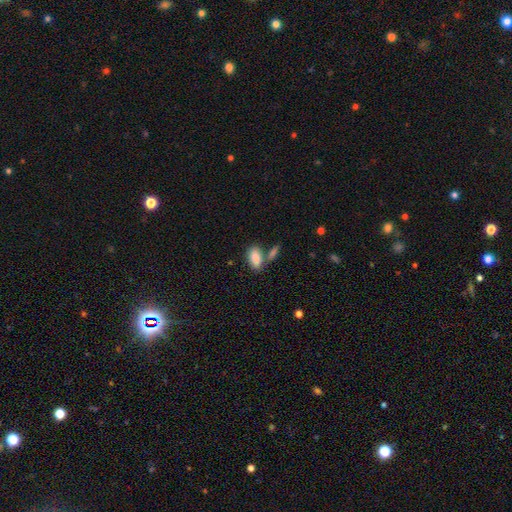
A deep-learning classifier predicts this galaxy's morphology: Smooth or featured?
  - smooth: 86% *
  - featured or disk: 7%
  - star or artifact: 7%
How rounded?
  - in between: 91% *
  - cigar-shaped: 6%
  - round: 4%
Merging?
  - none: 59% *
  - merger: 26%
  - minor disturbance: 12%
  - major disturbance: 4%